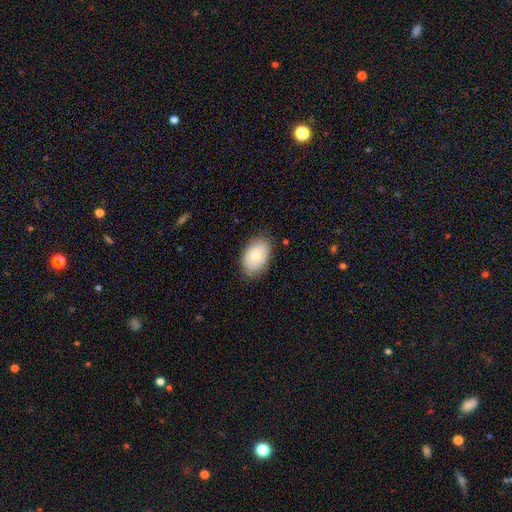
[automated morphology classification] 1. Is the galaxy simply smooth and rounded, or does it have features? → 76% smooth, 16% featured or disk, 7% star or artifact.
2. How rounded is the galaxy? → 88% in between, 11% round, 1% cigar-shaped.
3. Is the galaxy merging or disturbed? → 83% none, 13% minor disturbance, 3% major disturbance, 1% merger.